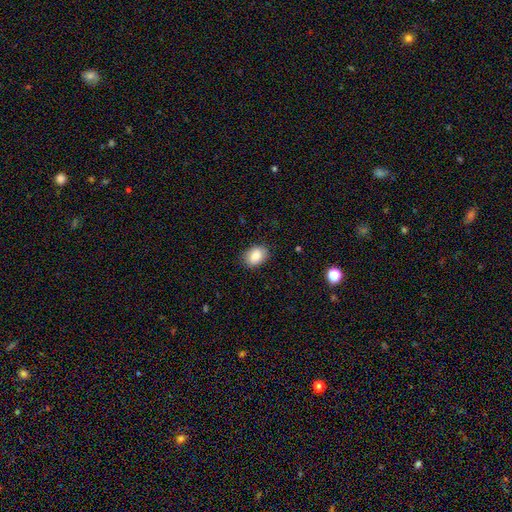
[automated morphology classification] smooth_or_featured: smooth (p=0.88) [alt: star or artifact p=0.07]
how_rounded: in between (p=0.79) [alt: round p=0.20]
merging: none (p=0.85) [alt: minor disturbance p=0.12]